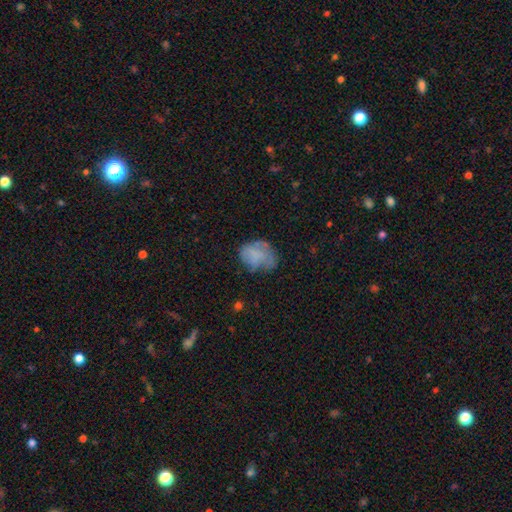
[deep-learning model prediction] smooth 61%, featured or disk 28%, star or artifact 11%. Down the decision tree: how rounded — in between (61%); merging — none (48%).